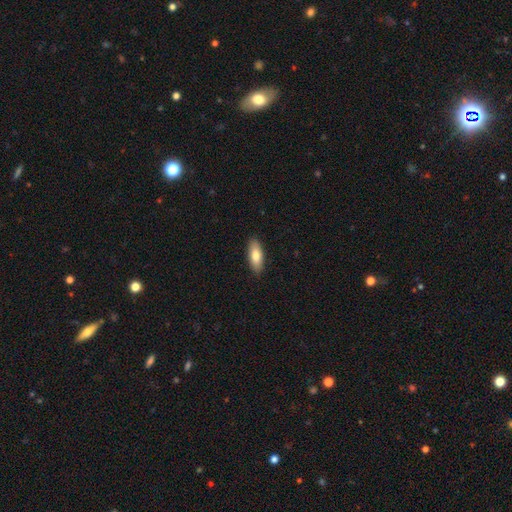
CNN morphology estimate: The model was most divided on "how rounded": in between: 79%, cigar-shaped: 19%, round: 2%. More confident: merging — none (89%); smooth or featured — smooth (80%).